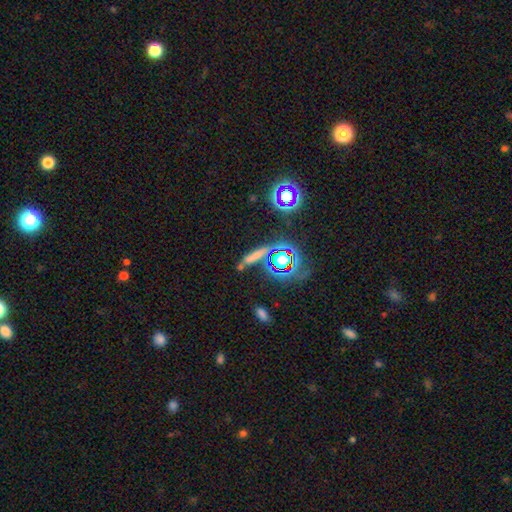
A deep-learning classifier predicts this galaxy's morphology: smooth 52%, star or artifact 27%, featured or disk 21%. Down the decision tree: how rounded — cigar-shaped (75%); merging — none (63%).